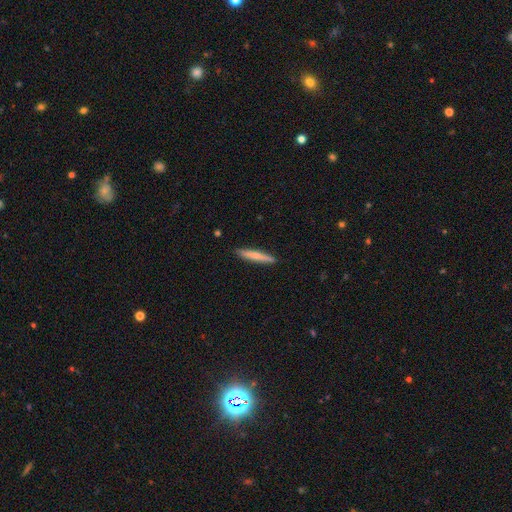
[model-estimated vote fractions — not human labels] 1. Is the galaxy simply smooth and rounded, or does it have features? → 69% smooth, 25% featured or disk, 5% star or artifact.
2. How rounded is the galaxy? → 94% cigar-shaped, 5% in between, 1% round.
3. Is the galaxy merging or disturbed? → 89% none, 8% minor disturbance, 1% major disturbance, 1% merger.